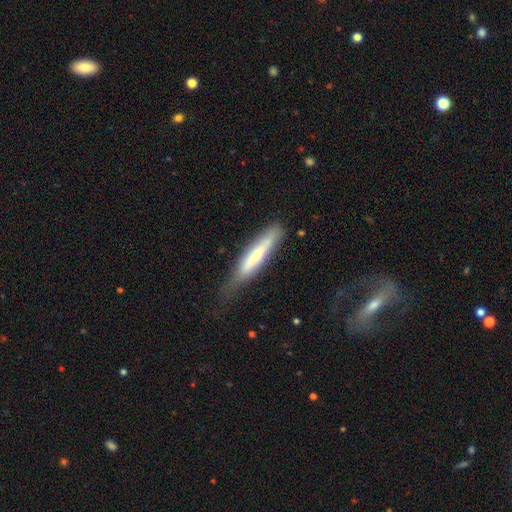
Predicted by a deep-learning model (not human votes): Morphology: type=smooth (55%); roundness=cigar-shaped (89%); merging=none (59%).